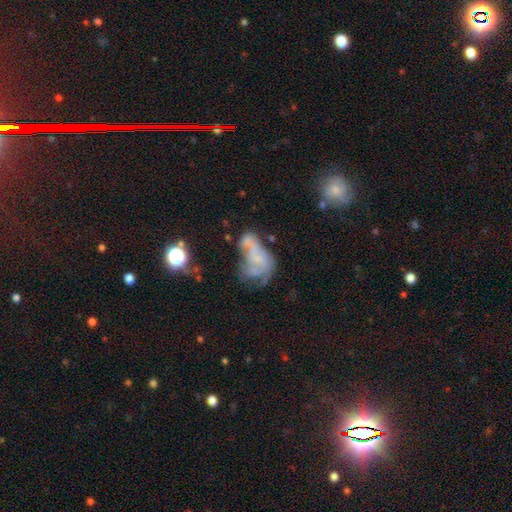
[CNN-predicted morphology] A featured or disk galaxy (52%). Merging: major disturbance (36%).